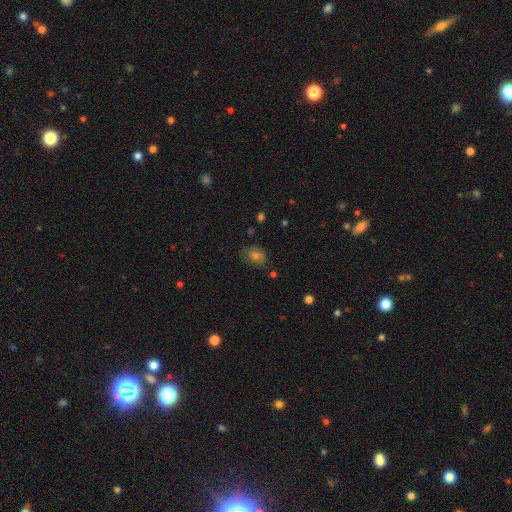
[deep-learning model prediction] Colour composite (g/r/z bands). It shows a smooth galaxy with no disk features (67%) that is in between round and cigar-shaped (58%). Merging: none (72%).